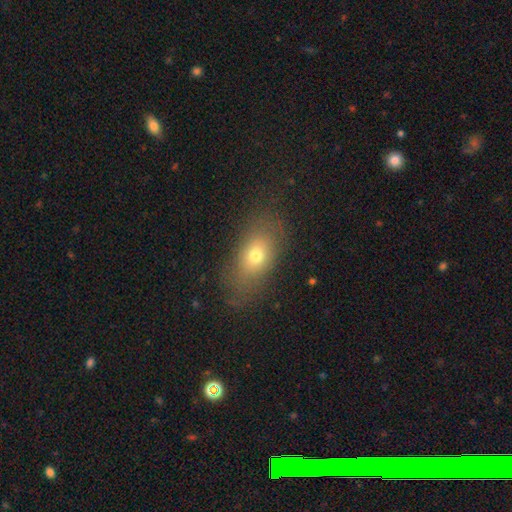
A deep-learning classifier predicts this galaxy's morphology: A smooth galaxy with no disk features (70%) that is in between round and cigar-shaped (78%).

Vote fractions:
- Smooth or featured? smooth: 70% / featured or disk: 18% / star or artifact: 13%
- How rounded? in between: 78% / round: 17% / cigar-shaped: 4%
- Merging? none: 74% / minor disturbance: 16% / major disturbance: 9% / merger: 1%